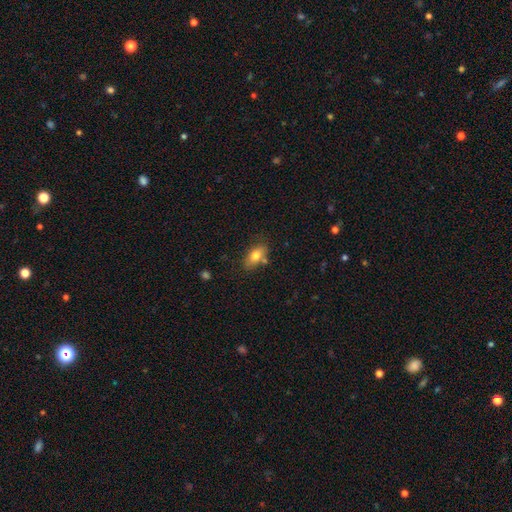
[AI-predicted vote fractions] Overall: smooth (77%). How rounded: in between (87%). Merging: none (72%).